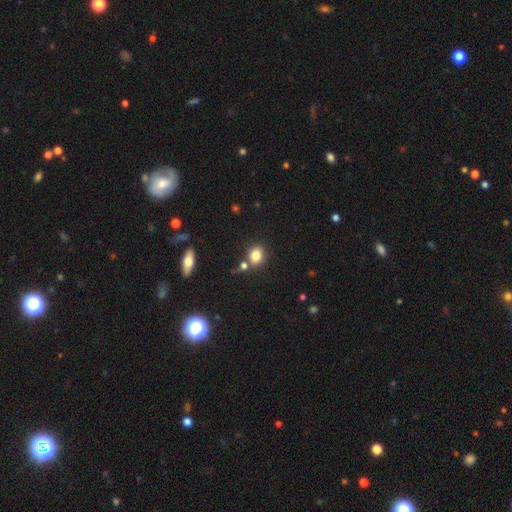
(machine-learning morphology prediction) Smooth or featured?
  - smooth: 81% *
  - star or artifact: 11%
  - featured or disk: 8%
How rounded?
  - in between: 52% *
  - round: 46%
  - cigar-shaped: 2%
Merging?
  - none: 69% *
  - merger: 16%
  - minor disturbance: 11%
  - major disturbance: 3%